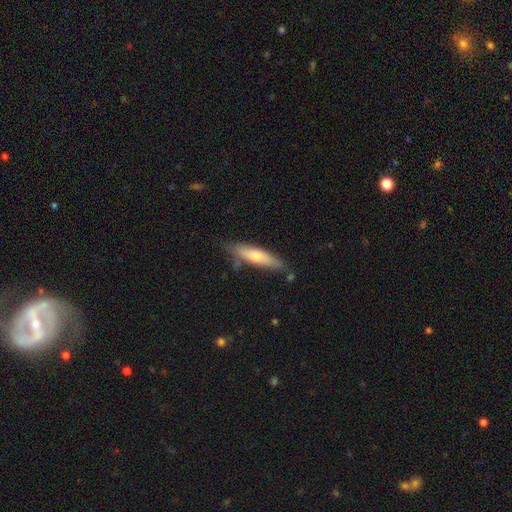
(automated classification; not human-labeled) Morphology: type=smooth (60%); roundness=cigar-shaped (71%); merging=none (74%).